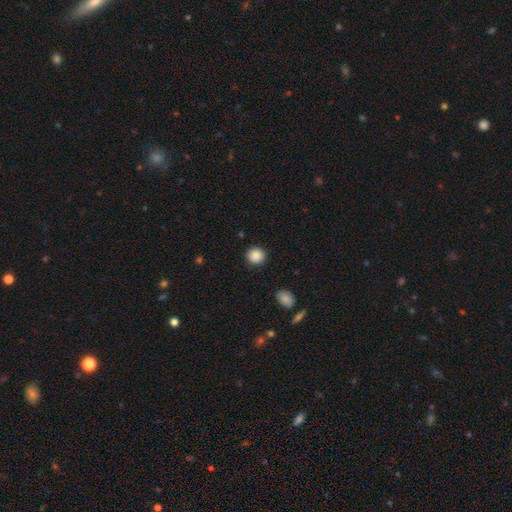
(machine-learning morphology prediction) smooth-or-featured: smooth: 88% | star or artifact: 9% | featured or disk: 3%
  how-rounded: round: 89% | in between: 10% | cigar-shaped: 1%
  merging: none: 90% | minor disturbance: 6% | major disturbance: 2% | merger: 1%